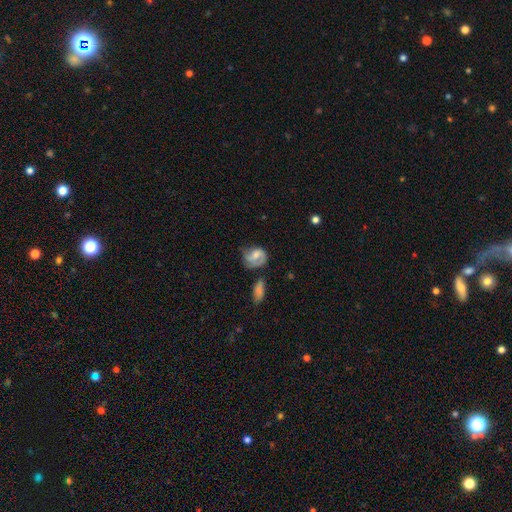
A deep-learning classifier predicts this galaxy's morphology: Smooth or featured: smooth — 47% (featured or disk — 46%)
Merging: none — 42% (minor disturbance — 31%)